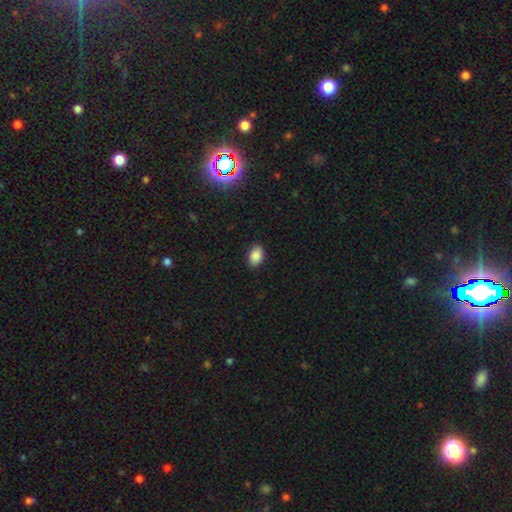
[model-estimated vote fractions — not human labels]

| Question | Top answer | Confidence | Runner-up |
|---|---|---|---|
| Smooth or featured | smooth | 88% | star or artifact (8%) |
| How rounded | in between | 85% | round (14%) |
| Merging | none | 86% | minor disturbance (11%) |